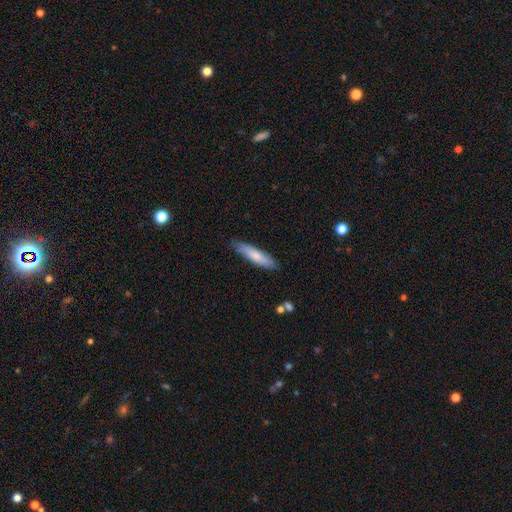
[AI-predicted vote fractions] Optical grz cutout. It shows a smooth galaxy with no disk features (74%) that is cigar-shaped (76%). Merging: none (78%).